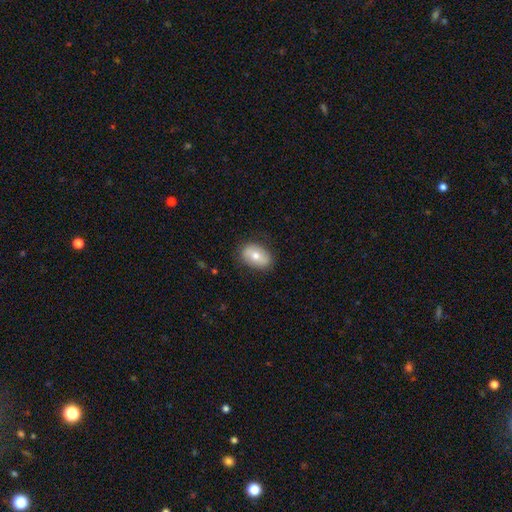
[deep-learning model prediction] This appears to be a smooth galaxy with no disk features (67%) that is in between round and cigar-shaped (87%). Merging: none (83%).